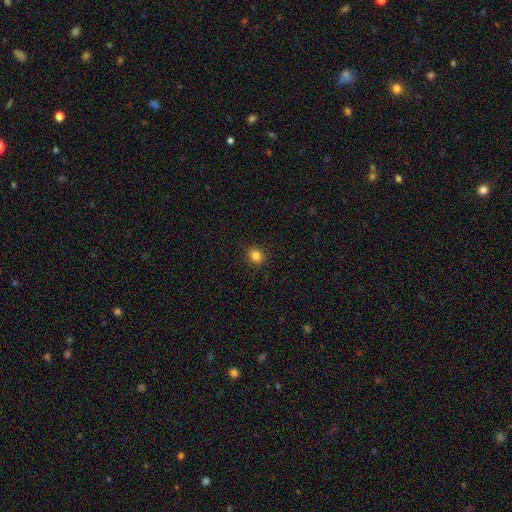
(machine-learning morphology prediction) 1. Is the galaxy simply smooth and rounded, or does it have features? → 84% smooth, 12% star or artifact, 4% featured or disk.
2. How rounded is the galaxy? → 78% round, 21% in between, 1% cigar-shaped.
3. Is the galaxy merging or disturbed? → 90% none, 7% minor disturbance, 2% major disturbance, 1% merger.